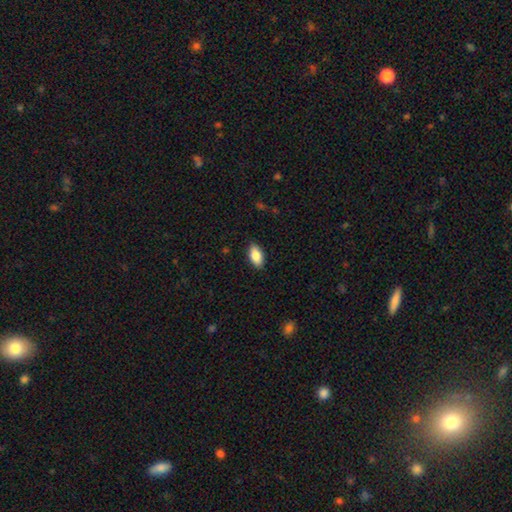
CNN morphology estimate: smooth-or-featured: smooth: 86% | featured or disk: 7% | star or artifact: 7%
  how-rounded: in between: 92% | cigar-shaped: 5% | round: 3%
  merging: none: 88% | minor disturbance: 9% | major disturbance: 2% | merger: 1%